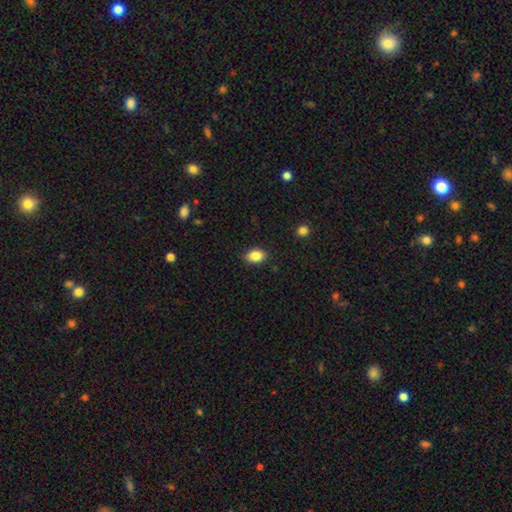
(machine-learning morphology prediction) type=smooth (86%); roundness=in between (75%); merging=none (85%).